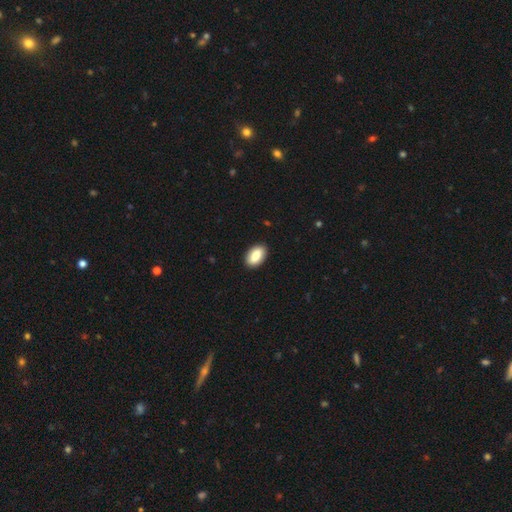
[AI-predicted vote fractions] Smooth or featured?
  - smooth: 84% *
  - featured or disk: 10%
  - star or artifact: 6%
How rounded?
  - in between: 92% *
  - round: 6%
  - cigar-shaped: 2%
Merging?
  - none: 90% *
  - minor disturbance: 7%
  - major disturbance: 2%
  - merger: 1%